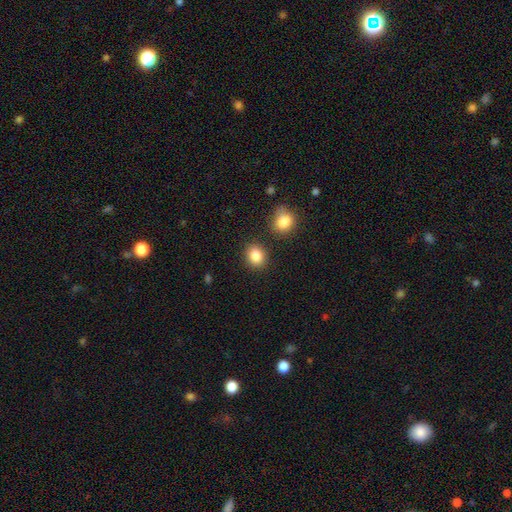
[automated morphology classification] This appears to be a smooth galaxy with no disk features (86%) that is round (68%). Merging: none (84%).